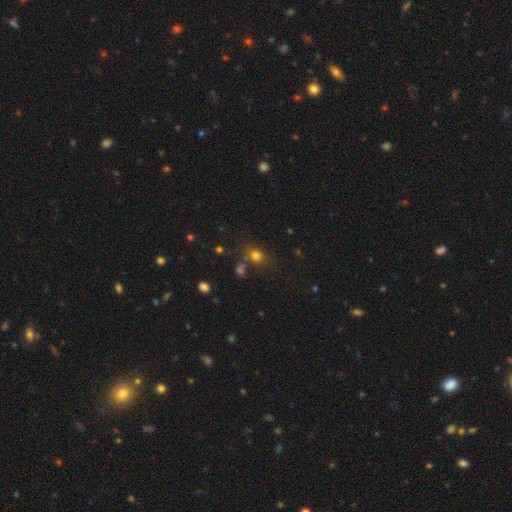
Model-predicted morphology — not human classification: The model was most divided on "how rounded": round: 57%, in between: 41%, cigar-shaped: 1%. More confident: smooth or featured — smooth (74%); merging — none (66%).